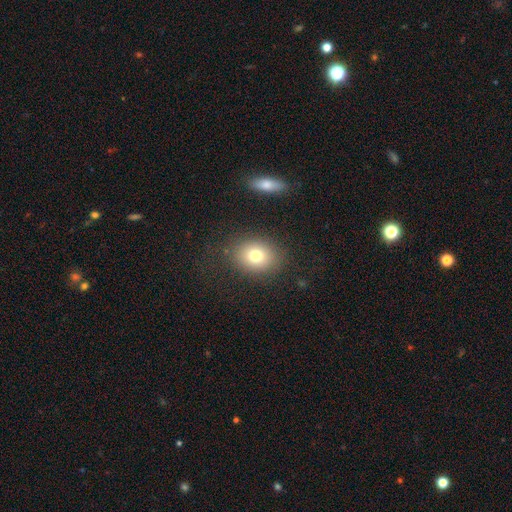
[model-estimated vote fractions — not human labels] smooth-or-featured: smooth: 76% | star or artifact: 12% | featured or disk: 12%
  how-rounded: round: 50% | in between: 49% | cigar-shaped: 1%
  merging: none: 84% | minor disturbance: 10% | major disturbance: 4% | merger: 2%